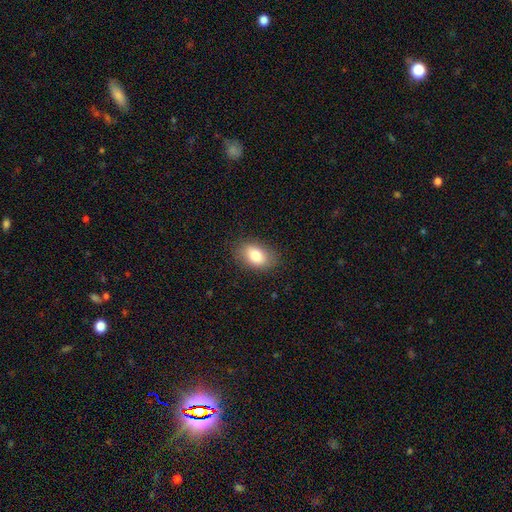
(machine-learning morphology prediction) This is clearly a smooth galaxy (83%). How rounded: clearly in between (89%). Merging: clearly none (83%).